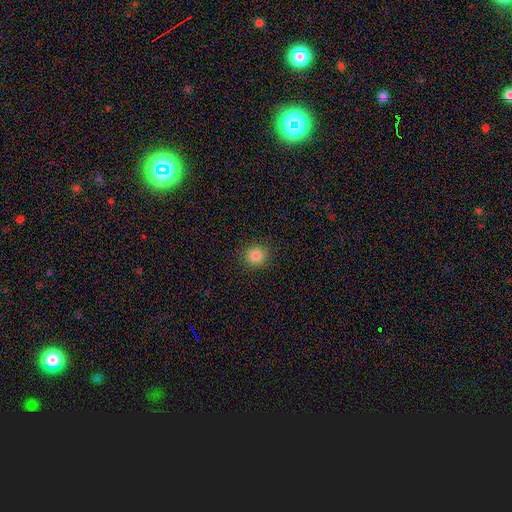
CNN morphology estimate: type=smooth (84%); roundness=round (89%); merging=none (90%).